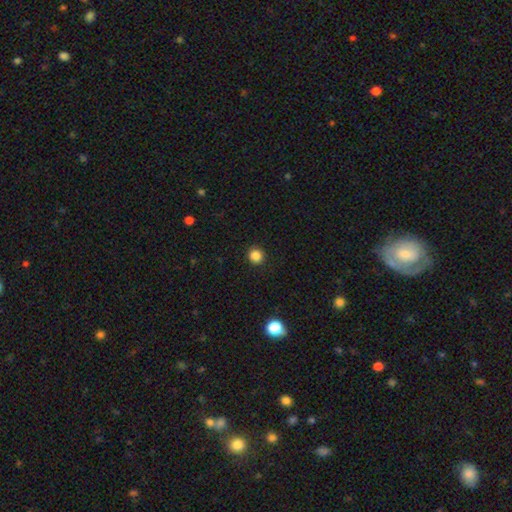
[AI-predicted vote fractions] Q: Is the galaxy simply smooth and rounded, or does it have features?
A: smooth — 85%.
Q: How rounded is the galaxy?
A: round — 93%.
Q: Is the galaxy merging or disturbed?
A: none — 93%.